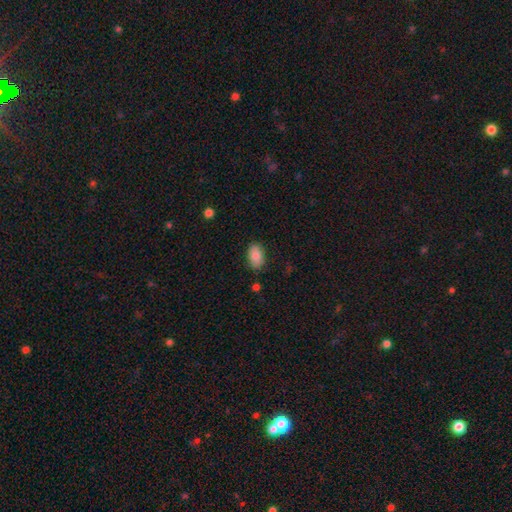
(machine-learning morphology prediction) A smooth galaxy with no disk features (85%) that is in between round and cigar-shaped (91%).

Vote fractions:
- Smooth or featured? smooth: 85% / featured or disk: 8% / star or artifact: 7%
- How rounded? in between: 91% / round: 7% / cigar-shaped: 2%
- Merging? none: 83% / minor disturbance: 13% / major disturbance: 3% / merger: 2%